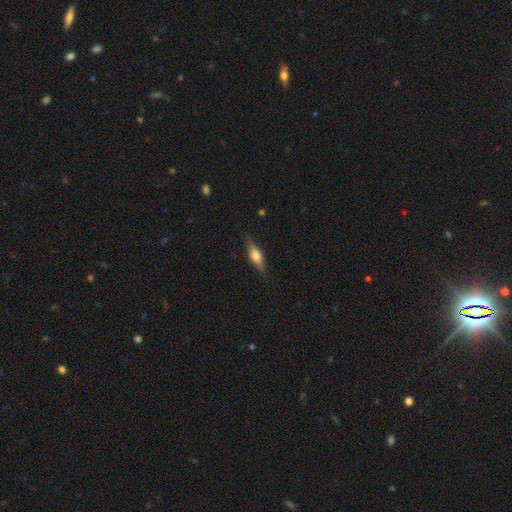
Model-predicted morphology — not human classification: Smooth or featured?
  - featured or disk: 53% *
  - smooth: 40%
  - star or artifact: 7%
Edge-on disk?
  - yes: 93% *
  - no: 7%
Merging?
  - none: 84% *
  - minor disturbance: 12%
  - major disturbance: 3%
  - merger: 1%